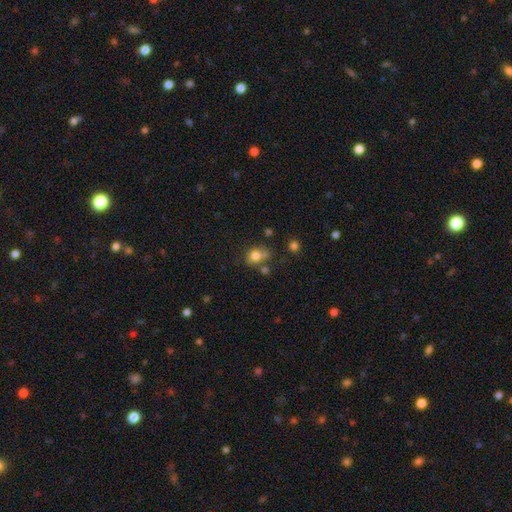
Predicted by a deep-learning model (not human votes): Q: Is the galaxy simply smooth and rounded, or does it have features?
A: smooth — 78%.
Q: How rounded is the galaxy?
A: round — 62%.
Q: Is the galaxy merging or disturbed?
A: none — 52%.